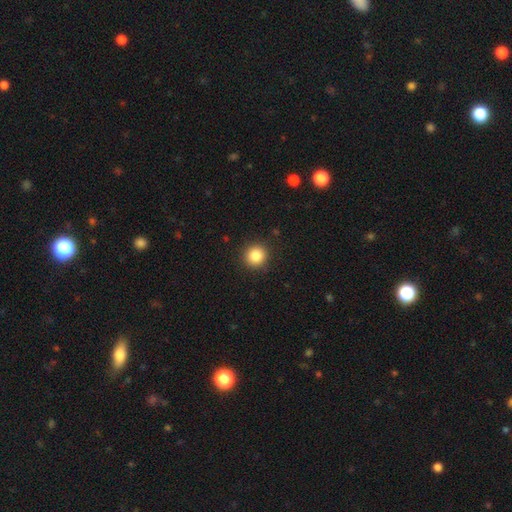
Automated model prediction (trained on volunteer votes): A smooth galaxy with no disk features (85%) that is round (93%). Merging: none (91%).